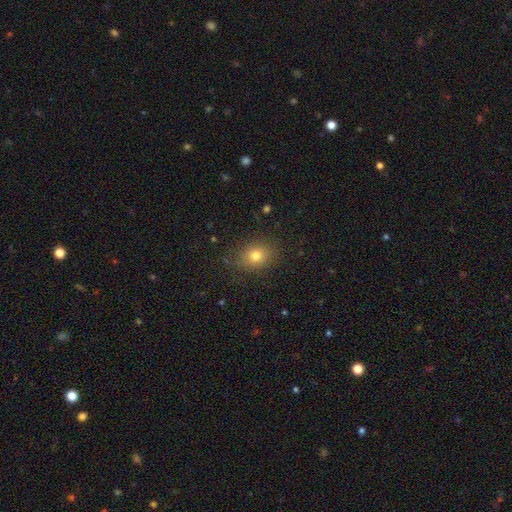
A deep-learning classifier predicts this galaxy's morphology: A smooth galaxy with no disk features (78%) that is round (50%).

Vote fractions:
- Smooth or featured? smooth: 78% / star or artifact: 13% / featured or disk: 9%
- How rounded? round: 50% / in between: 49% / cigar-shaped: 1%
- Merging? none: 85% / minor disturbance: 10% / major disturbance: 3% / merger: 1%